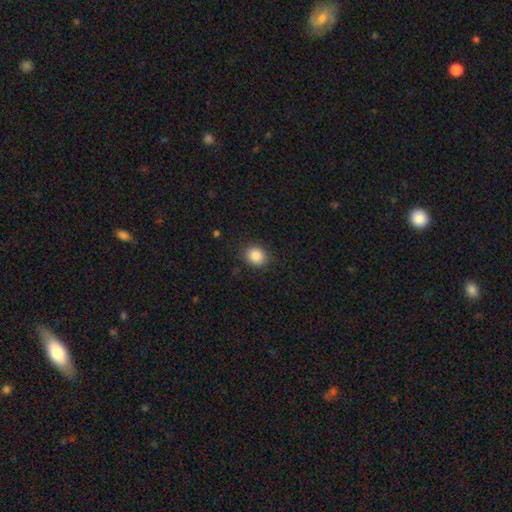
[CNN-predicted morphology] Smooth or featured?
  - smooth: 87% *
  - star or artifact: 9%
  - featured or disk: 4%
How rounded?
  - round: 65% *
  - in between: 34%
  - cigar-shaped: 1%
Merging?
  - none: 86% *
  - minor disturbance: 10%
  - major disturbance: 3%
  - merger: 1%